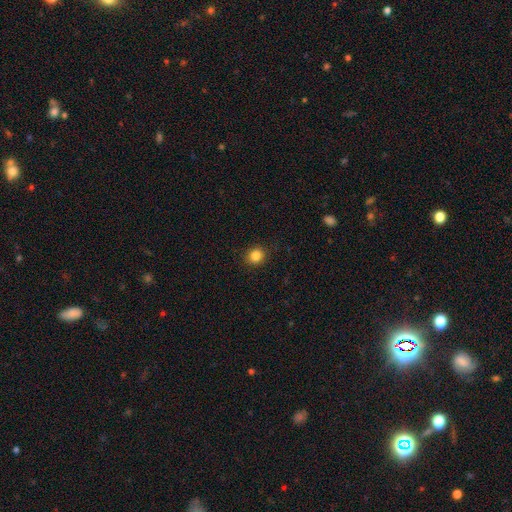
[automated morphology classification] Smooth or featured? smooth (85%)
How rounded? round (81%)
Merging? none (90%)